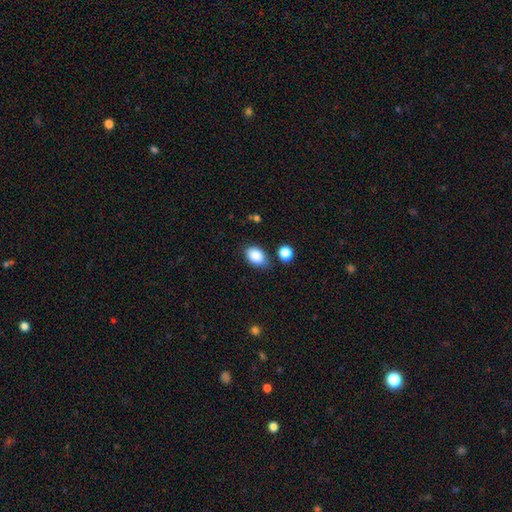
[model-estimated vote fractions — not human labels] smooth-or-featured: smooth: 88% | star or artifact: 8% | featured or disk: 5%
  how-rounded: in between: 85% | round: 14% | cigar-shaped: 1%
  merging: none: 71% | minor disturbance: 20% | merger: 5% | major disturbance: 4%